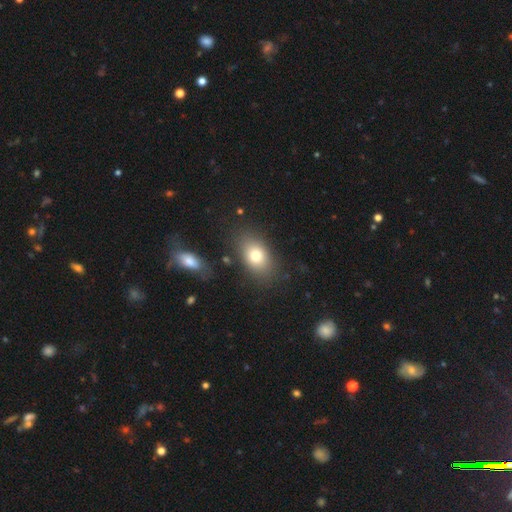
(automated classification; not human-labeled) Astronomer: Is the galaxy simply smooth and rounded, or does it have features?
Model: smooth — 77%.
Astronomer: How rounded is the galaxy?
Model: in between — 81%.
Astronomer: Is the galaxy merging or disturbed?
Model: none — 79%.